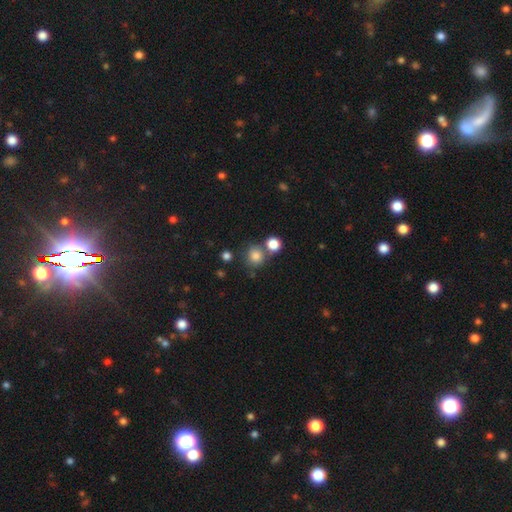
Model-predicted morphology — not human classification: smooth_or_featured: smooth (p=0.80) [alt: star or artifact p=0.13]
how_rounded: round (p=0.87) [alt: in between p=0.12]
merging: none (p=0.67) [alt: merger p=0.20]